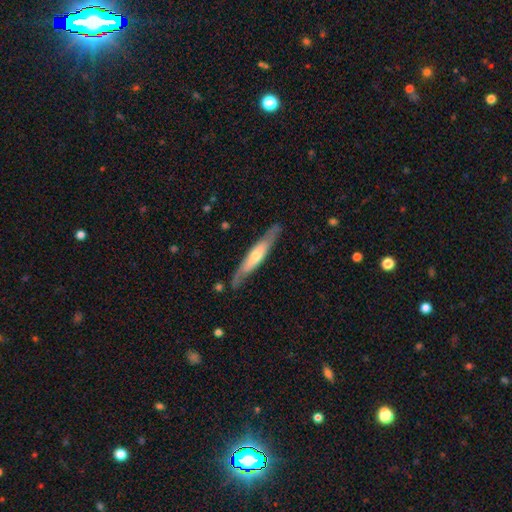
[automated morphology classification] Overall: featured or disk (58%; smooth 37%). Edge-on disk: yes (77%). Merging: none (81%).